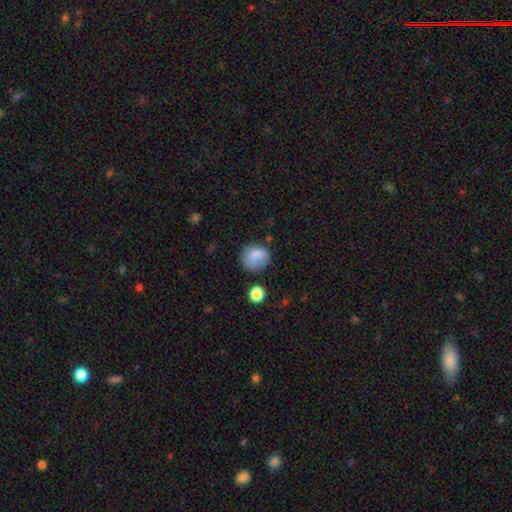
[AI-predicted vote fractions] Smooth or featured: smooth — 83% (star or artifact — 9%)
How rounded: round — 82% (in between — 17%)
Merging: none — 69% (minor disturbance — 21%)